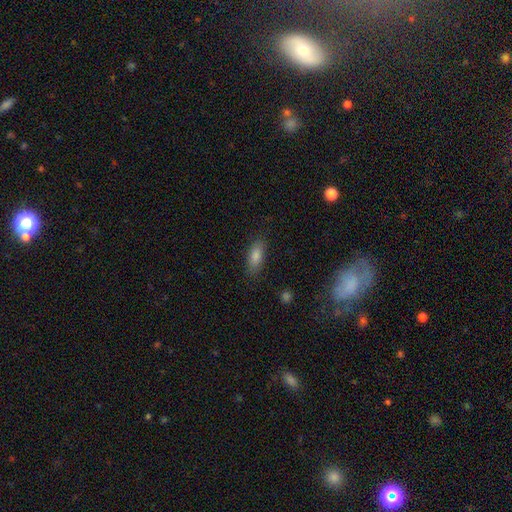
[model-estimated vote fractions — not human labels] Smooth or featured?
  - smooth: 79% *
  - featured or disk: 11%
  - star or artifact: 10%
How rounded?
  - in between: 71% *
  - cigar-shaped: 26%
  - round: 3%
Merging?
  - none: 84% *
  - minor disturbance: 11%
  - major disturbance: 3%
  - merger: 2%